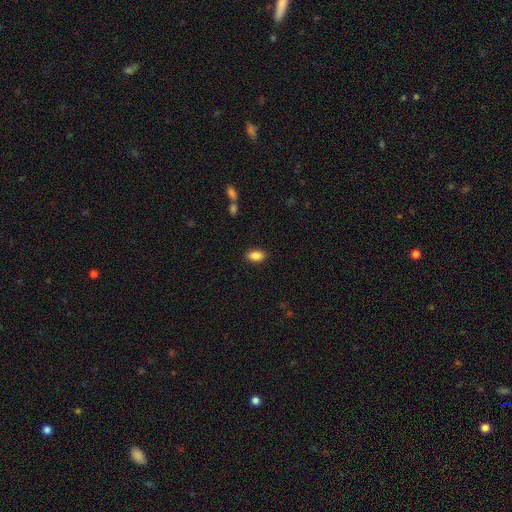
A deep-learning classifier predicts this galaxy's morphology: This appears to be a smooth galaxy with no disk features (88%) that is in between round and cigar-shaped (91%). Merging: none (88%).